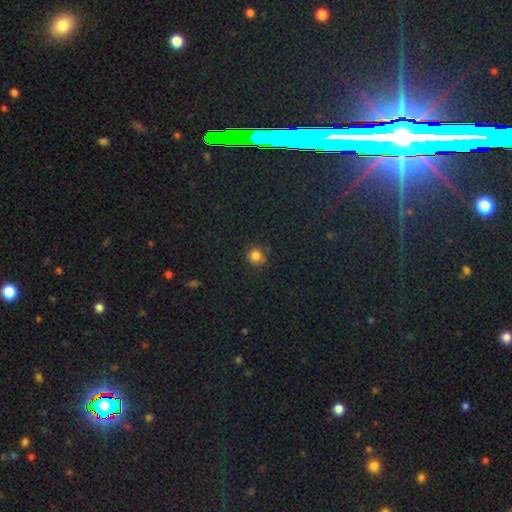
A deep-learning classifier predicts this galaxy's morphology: Smooth or featured? smooth (80%)
How rounded? round (88%)
Merging? none (76%)